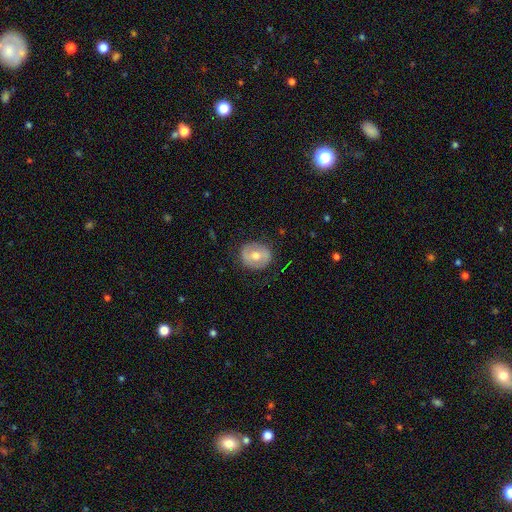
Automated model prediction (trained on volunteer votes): Smooth or featured: featured or disk — 48% (smooth — 45%)
Merging: none — 83% (minor disturbance — 12%)